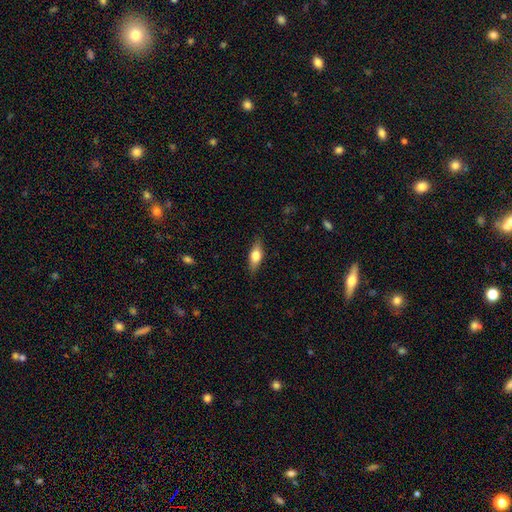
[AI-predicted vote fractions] The model was most divided on "smooth or featured": smooth: 59%, featured or disk: 34%, star or artifact: 7%. More confident: merging — none (84%); how rounded — in between (68%).